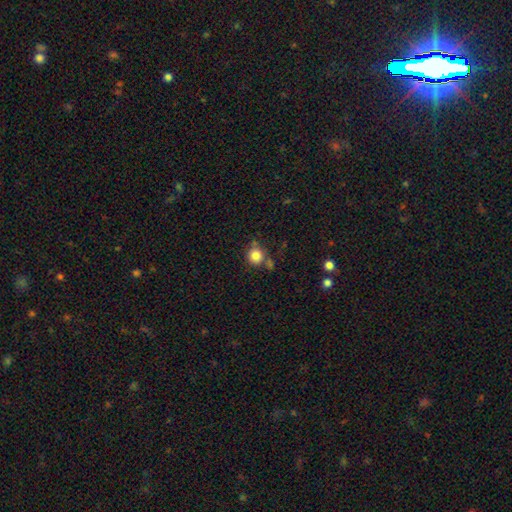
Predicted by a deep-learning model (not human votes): The model was most divided on "merging": none: 65%, minor disturbance: 15%, merger: 15%, major disturbance: 5%. More confident: how rounded — round (89%); smooth or featured — smooth (84%).